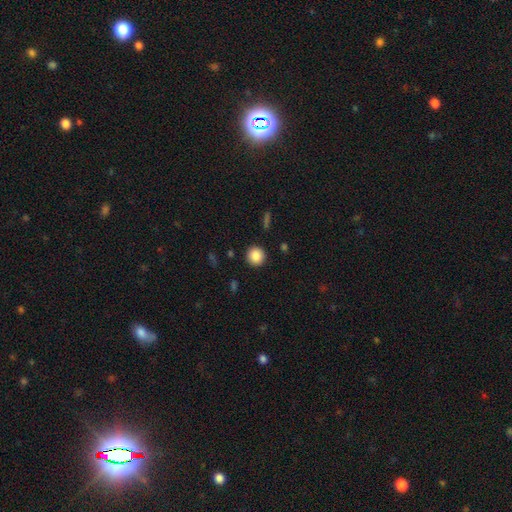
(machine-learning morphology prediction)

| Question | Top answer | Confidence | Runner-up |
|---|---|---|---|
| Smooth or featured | smooth | 87% | star or artifact (9%) |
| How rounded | round | 94% | in between (5%) |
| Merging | none | 92% | minor disturbance (5%) |